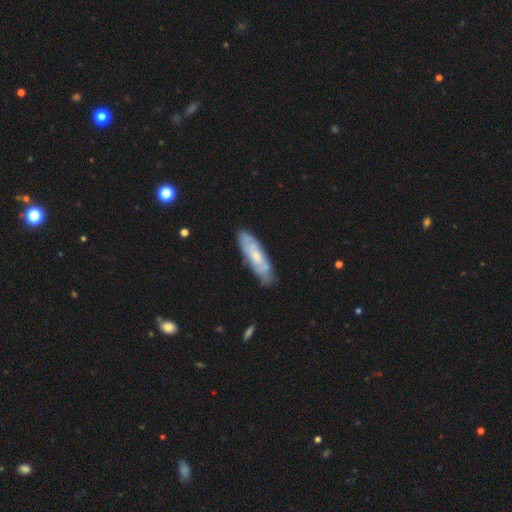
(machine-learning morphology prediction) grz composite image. It shows a featured or disk galaxy (50%). Merging: none (77%).